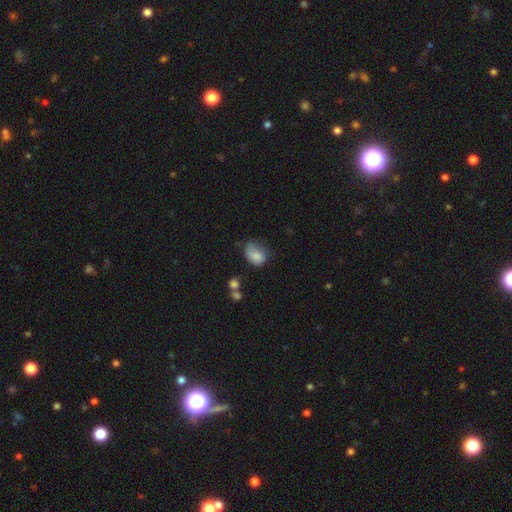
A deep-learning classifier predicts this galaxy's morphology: type=smooth (80%); roundness=in between (69%); merging=minor disturbance (40%).